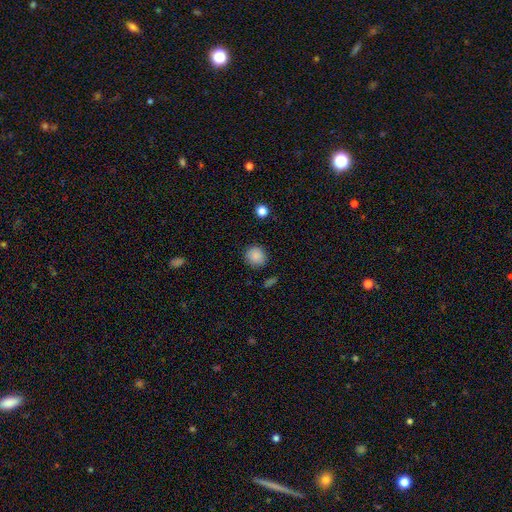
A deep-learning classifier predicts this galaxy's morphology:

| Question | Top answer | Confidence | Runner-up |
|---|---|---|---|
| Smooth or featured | smooth | 87% | star or artifact (9%) |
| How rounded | round | 88% | in between (11%) |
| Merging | none | 88% | minor disturbance (8%) |